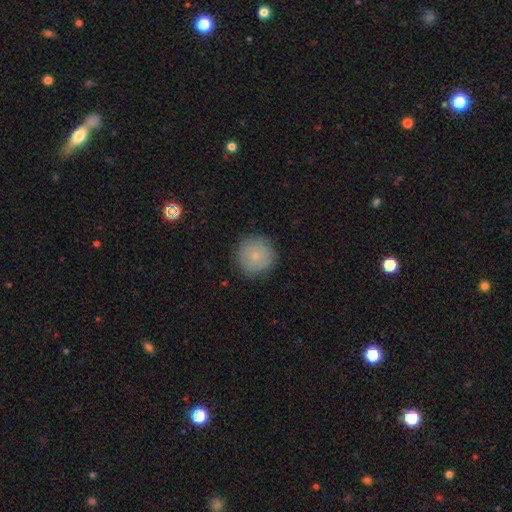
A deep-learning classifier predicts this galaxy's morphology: Overall: smooth (73%). How rounded: round (95%). Merging: none (85%).